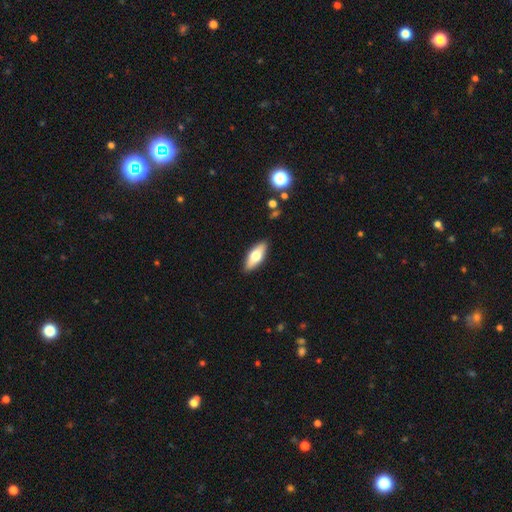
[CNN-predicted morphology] A smooth galaxy with no disk features (64%) that is in between round and cigar-shaped (71%).

Vote fractions:
- Smooth or featured? smooth: 64% / featured or disk: 30% / star or artifact: 6%
- How rounded? in between: 71% / cigar-shaped: 27% / round: 2%
- Merging? none: 89% / minor disturbance: 8% / major disturbance: 2% / merger: 1%